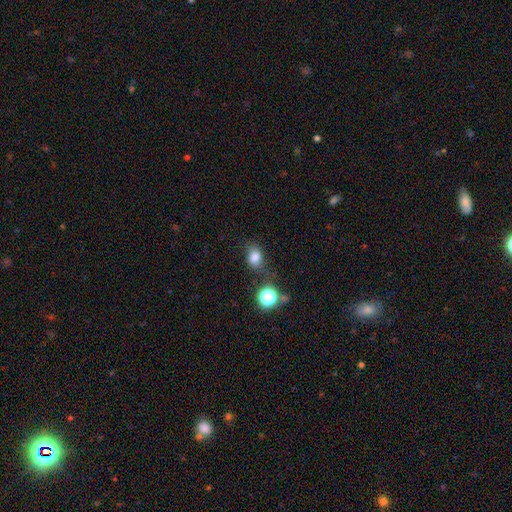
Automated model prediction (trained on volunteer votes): Smooth or featured? smooth (78%)
How rounded? in between (59%)
Merging? none (68%)